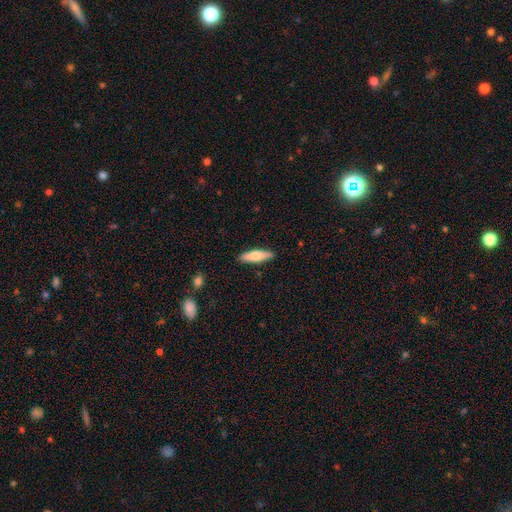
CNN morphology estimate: A smooth galaxy with no disk features (64%) that is cigar-shaped (61%). Merging: none (89%).